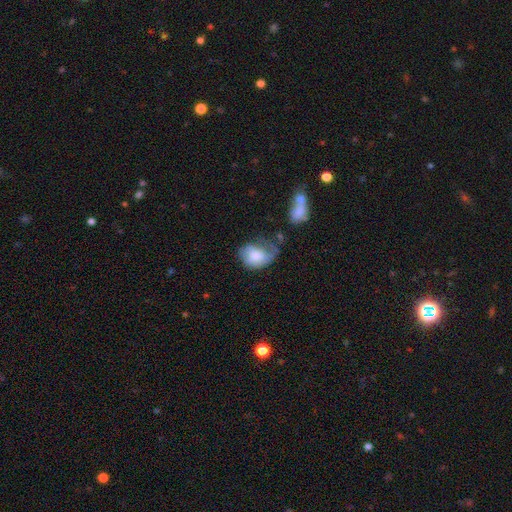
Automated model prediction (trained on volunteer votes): smooth-or-featured: smooth: 65% | featured or disk: 28% | star or artifact: 7%
  how-rounded: in between: 68% | round: 31% | cigar-shaped: 1%
  merging: minor disturbance: 34% | major disturbance: 30% | none: 29% | merger: 7%